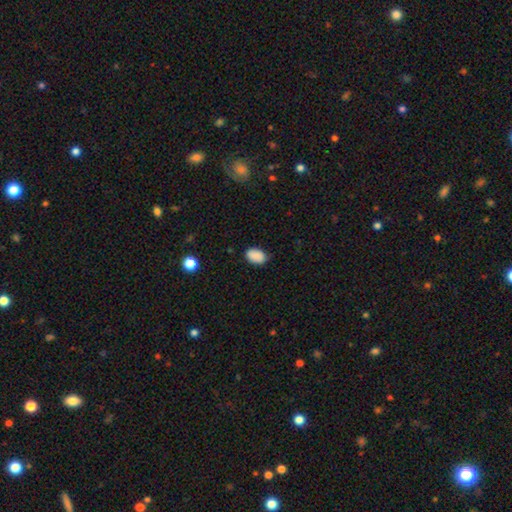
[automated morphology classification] A smooth galaxy with no disk features (89%) that is in between round and cigar-shaped (87%).

Vote fractions:
- Smooth or featured? smooth: 89% / star or artifact: 8% / featured or disk: 3%
- How rounded? in between: 87% / round: 12% / cigar-shaped: 1%
- Merging? none: 81% / minor disturbance: 15% / major disturbance: 3% / merger: 1%